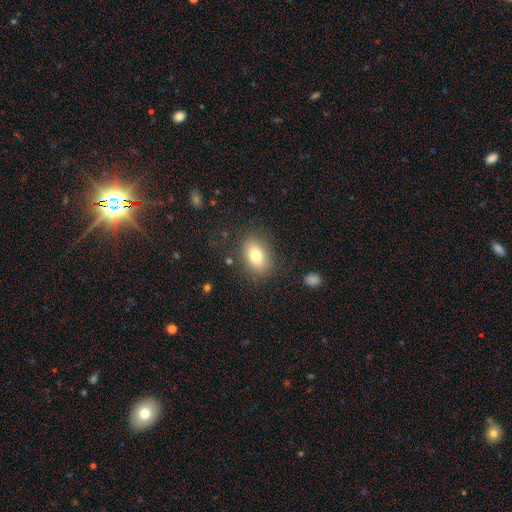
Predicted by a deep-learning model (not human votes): smooth-or-featured: smooth: 79% | featured or disk: 13% | star or artifact: 9%
  how-rounded: in between: 82% | round: 16% | cigar-shaped: 2%
  merging: none: 81% | minor disturbance: 12% | major disturbance: 5% | merger: 2%